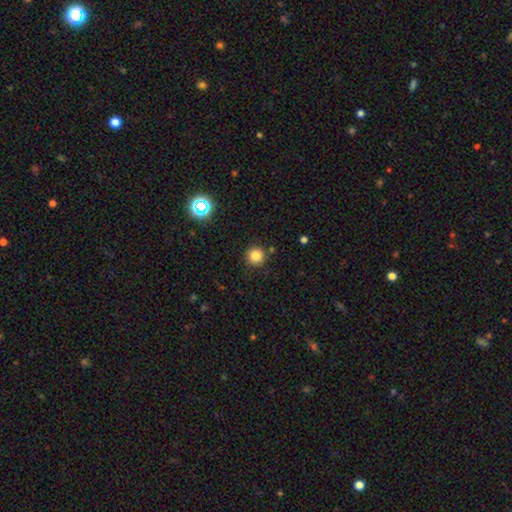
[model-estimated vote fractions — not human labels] Smooth or featured: smooth — 82% (star or artifact — 14%)
How rounded: round — 95% (in between — 4%)
Merging: none — 88% (minor disturbance — 7%)